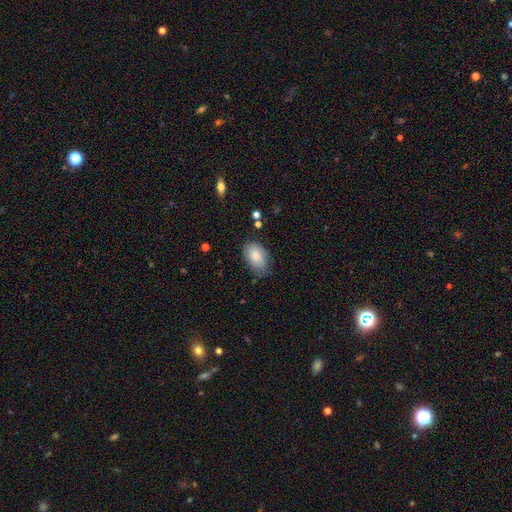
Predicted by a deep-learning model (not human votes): A smooth galaxy with no disk features (84%) that is in between round and cigar-shaped (93%).

Vote fractions:
- Smooth or featured? smooth: 84% / featured or disk: 10% / star or artifact: 6%
- How rounded? in between: 93% / round: 6% / cigar-shaped: 2%
- Merging? none: 69% / minor disturbance: 24% / major disturbance: 5% / merger: 2%